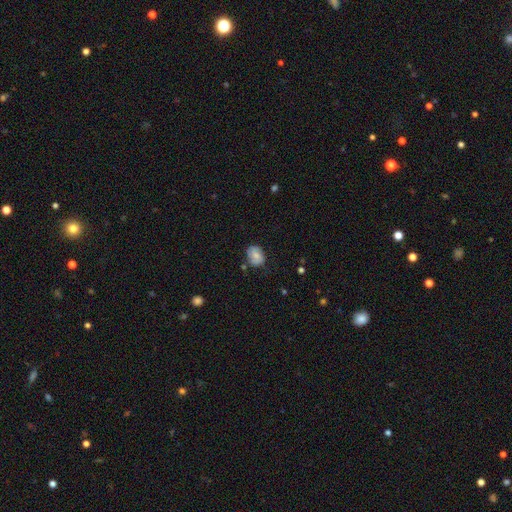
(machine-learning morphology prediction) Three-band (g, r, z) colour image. It shows a smooth galaxy with no disk features (63%) that is in between round and cigar-shaped (63%). Merging: none (67%).